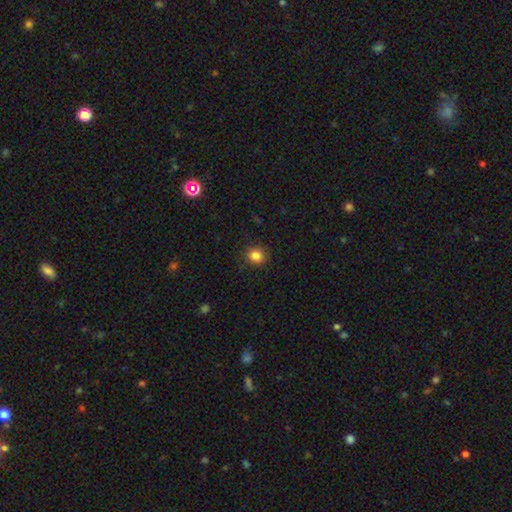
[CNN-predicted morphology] smooth 84%, star or artifact 11%, featured or disk 5%. Down the decision tree: how rounded — round (87%); merging — none (89%).